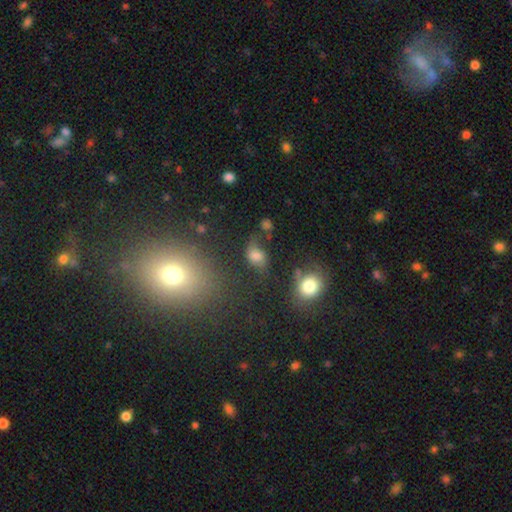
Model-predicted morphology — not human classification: Q: Smooth or featured?
A: smooth (61%); runner-up: featured or disk (22%)
Q: How rounded?
A: in between (68%); runner-up: round (30%)
Q: Merging?
A: none (57%); runner-up: minor disturbance (22%)